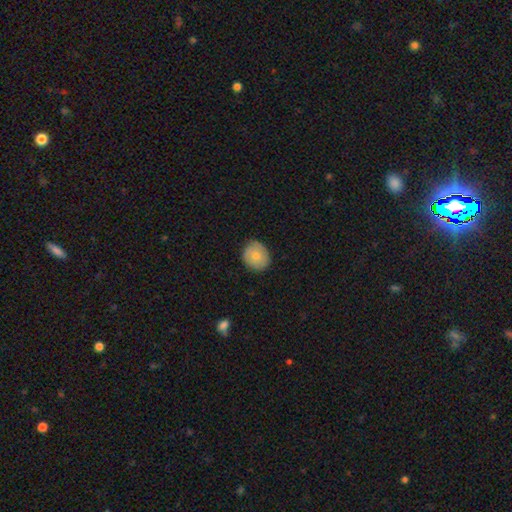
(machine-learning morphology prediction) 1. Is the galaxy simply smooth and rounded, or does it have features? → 73% smooth, 20% featured or disk, 7% star or artifact.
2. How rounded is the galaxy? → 77% round, 22% in between, 1% cigar-shaped.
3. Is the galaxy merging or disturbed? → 83% none, 14% minor disturbance, 2% major disturbance, 1% merger.